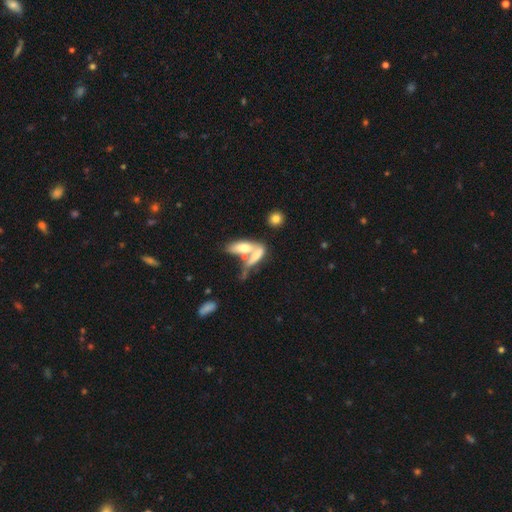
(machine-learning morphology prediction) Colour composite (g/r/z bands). It shows a smooth galaxy with no disk features (56%) that is in between round and cigar-shaped (58%). Merging: merger (62%).